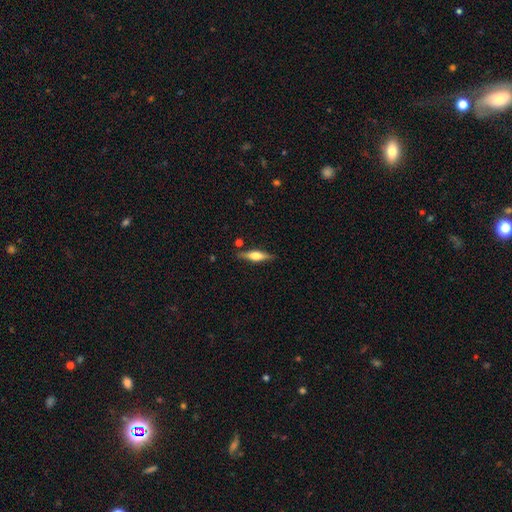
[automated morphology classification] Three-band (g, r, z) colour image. It shows a featured or disk galaxy (56%) viewed edge-on (95%) with a rounded central bulge (86%). Merging: none (83%).